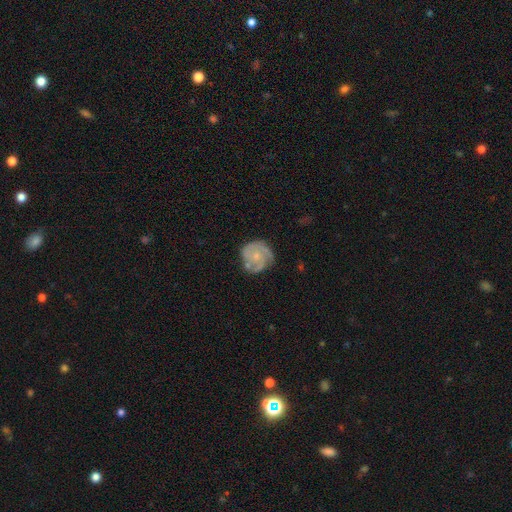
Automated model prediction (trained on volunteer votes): featured or disk 74%, smooth 20%, star or artifact 6%. Down the decision tree: edge-on disk — no (98%); bar — no (78%); spiral arms — yes (92%); spiral arm count — 3 (38%); spiral winding — tight (56%); bulge size — small (65%); merging — none (63%).